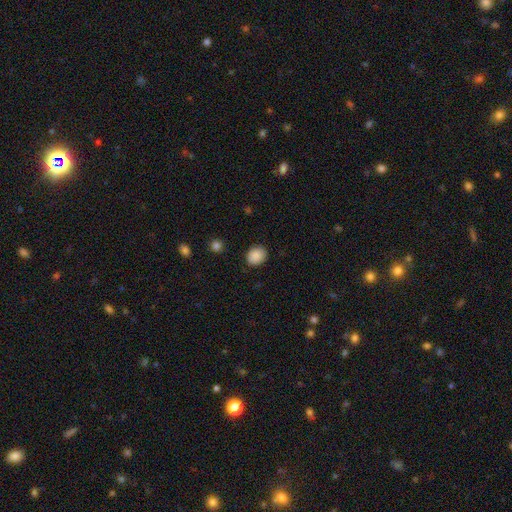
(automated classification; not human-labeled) smooth-or-featured: smooth: 89% | star or artifact: 9% | featured or disk: 3%
  how-rounded: round: 61% | in between: 38% | cigar-shaped: 1%
  merging: none: 88% | minor disturbance: 9% | major disturbance: 2% | merger: 1%